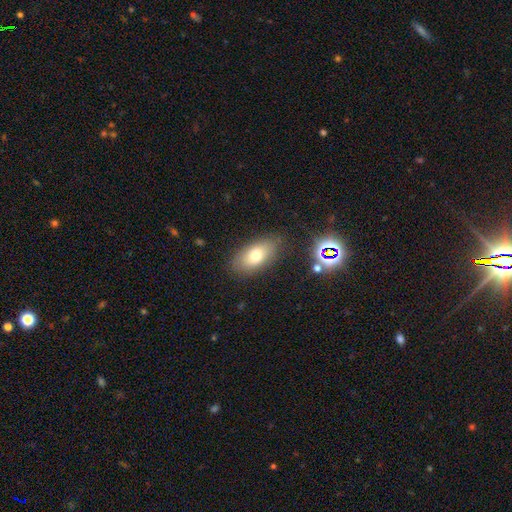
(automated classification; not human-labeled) Overall: smooth (73%). How rounded: in between (89%). Merging: none (81%).